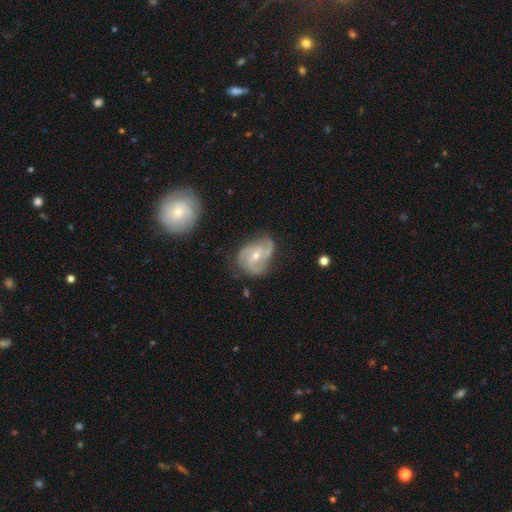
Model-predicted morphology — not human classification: smooth-or-featured: featured or disk: 87% | smooth: 8% | star or artifact: 5%
  disk-edge-on: no: 98% | yes: 2%
    bar: no: 50% | weak: 39% | strong: 11%
    has-spiral-arms: yes: 97% | no: 3%
      spiral-winding: medium: 50% | tight: 36% | loose: 13%
      spiral-arm-count: 3: 53% | 2: 29% | can't tell: 7% | 4: 6% | 1: 3% | more than 4: 3%
    bulge-size: small: 53% | moderate: 44% | none: 1% | large: 1% | dominant: 1%
  merging: none: 64% | minor disturbance: 25% | major disturbance: 9% | merger: 2%